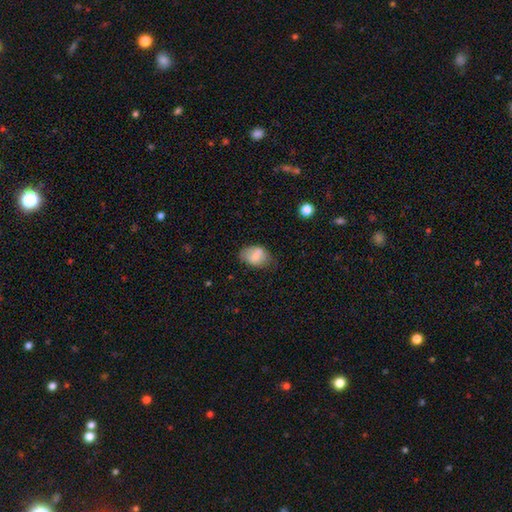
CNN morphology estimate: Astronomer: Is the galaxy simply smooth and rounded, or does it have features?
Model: smooth — 72%.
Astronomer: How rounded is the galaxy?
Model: in between — 78%.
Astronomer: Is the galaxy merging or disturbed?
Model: none — 60%.